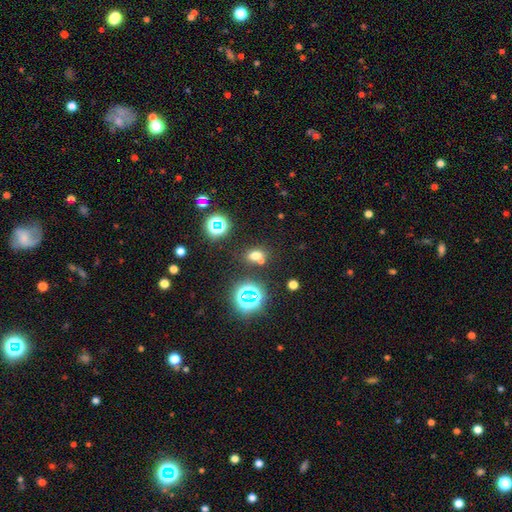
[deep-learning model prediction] Smooth or featured: smooth — 62% (star or artifact — 29%)
How rounded: in between — 54% (round — 44%)
Merging: none — 63% (merger — 22%)